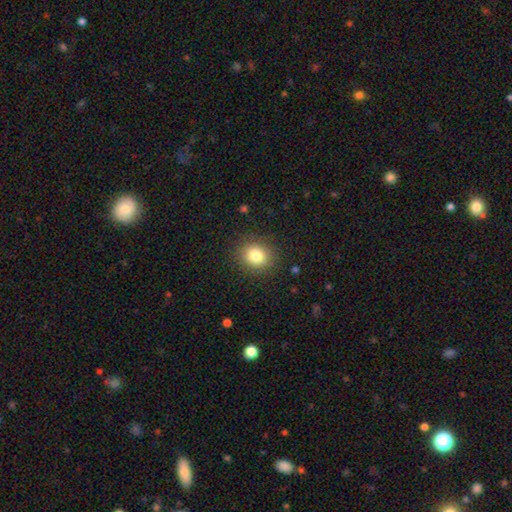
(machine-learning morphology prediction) This appears to be a smooth galaxy with no disk features (82%) that is round (75%). Merging: none (88%).